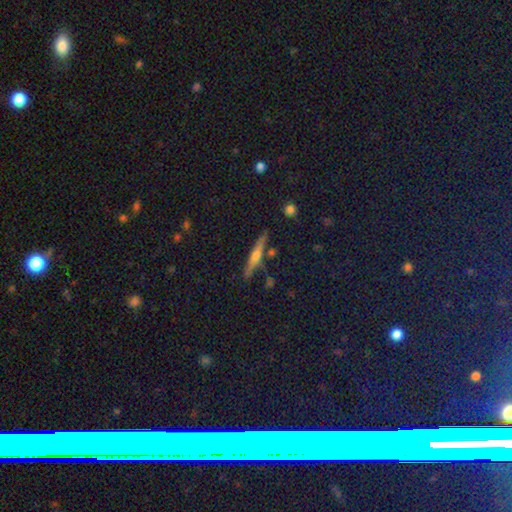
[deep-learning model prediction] Smooth or featured?
  - featured or disk: 55% *
  - smooth: 37%
  - star or artifact: 9%
Edge-on disk?
  - yes: 94% *
  - no: 6%
Edge-on bulge?
  - rounded: 79% *
  - none: 13%
  - boxy: 7%
Merging?
  - none: 78% *
  - minor disturbance: 13%
  - merger: 6%
  - major disturbance: 3%